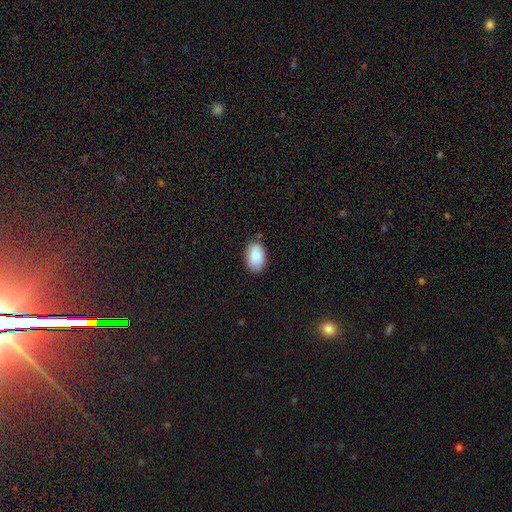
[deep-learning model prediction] smooth 88%, star or artifact 7%, featured or disk 6%. Down the decision tree: how rounded — in between (90%); merging — none (79%).